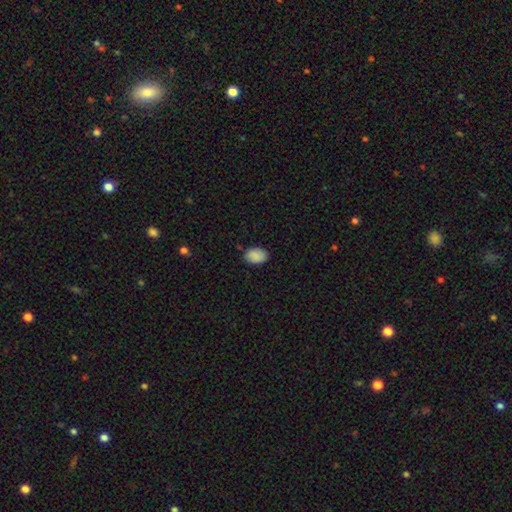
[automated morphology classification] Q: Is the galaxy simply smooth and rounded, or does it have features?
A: smooth — 89%.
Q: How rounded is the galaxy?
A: in between — 83%.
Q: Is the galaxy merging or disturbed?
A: none — 84%.